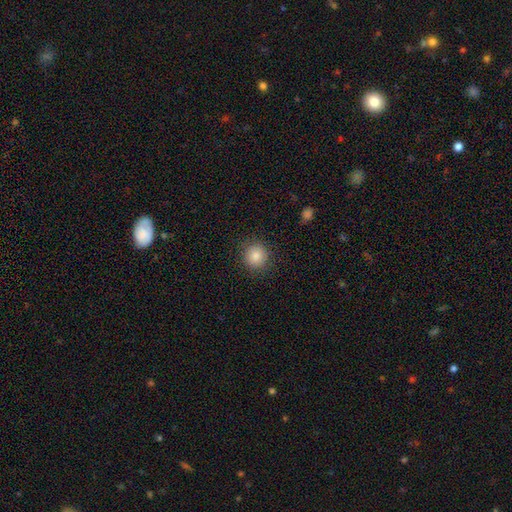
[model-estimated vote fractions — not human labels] Smooth or featured: smooth — 85% (star or artifact — 10%)
How rounded: round — 92% (in between — 7%)
Merging: none — 90% (minor disturbance — 7%)